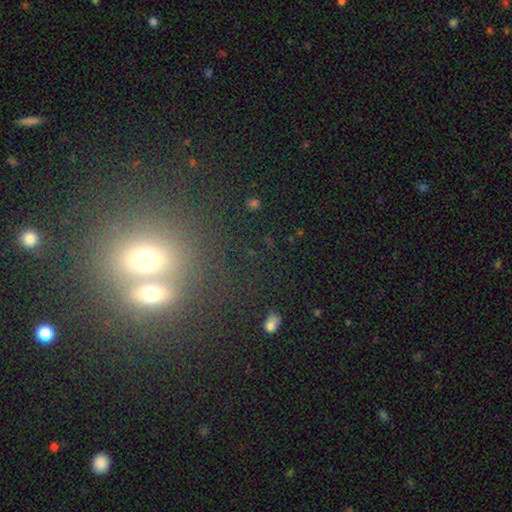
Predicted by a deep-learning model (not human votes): This is possibly a smooth galaxy (49%). Merging: possibly merger (55%).